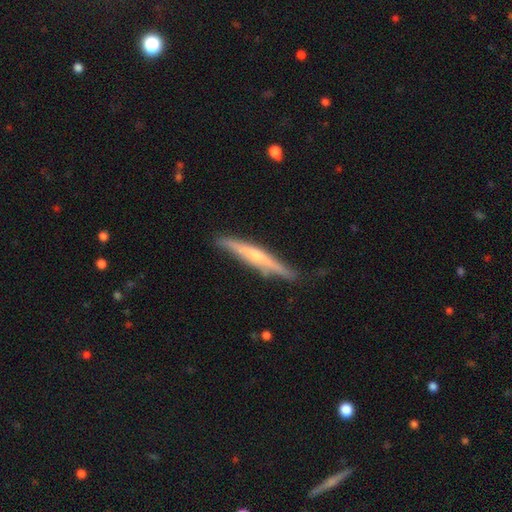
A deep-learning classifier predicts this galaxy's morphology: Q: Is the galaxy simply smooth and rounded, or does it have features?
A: featured or disk — 61%.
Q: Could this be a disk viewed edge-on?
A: yes — 96%.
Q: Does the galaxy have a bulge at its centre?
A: rounded — 56%.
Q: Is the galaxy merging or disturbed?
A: none — 83%.